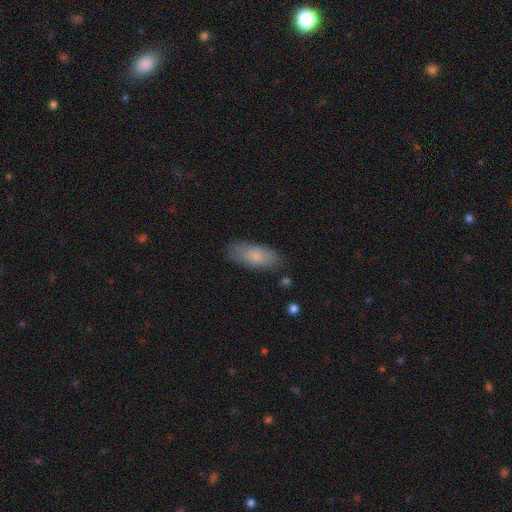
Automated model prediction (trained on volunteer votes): A smooth galaxy with no disk features (78%) that is in between round and cigar-shaped (83%). Merging: none (81%).